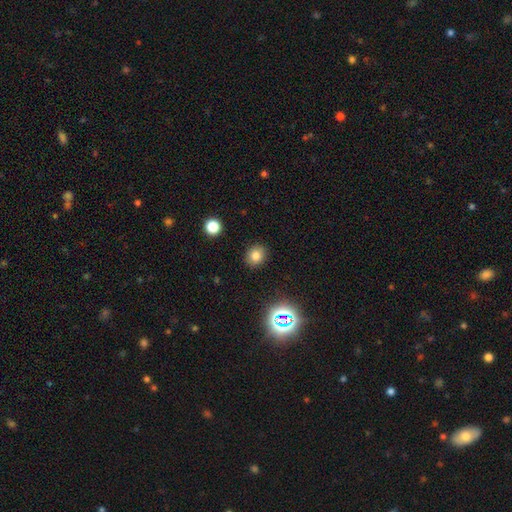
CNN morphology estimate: Smooth or featured?
  - smooth: 76% *
  - star or artifact: 16%
  - featured or disk: 8%
How rounded?
  - round: 69% *
  - in between: 30%
  - cigar-shaped: 1%
Merging?
  - none: 89% *
  - minor disturbance: 7%
  - major disturbance: 2%
  - merger: 1%